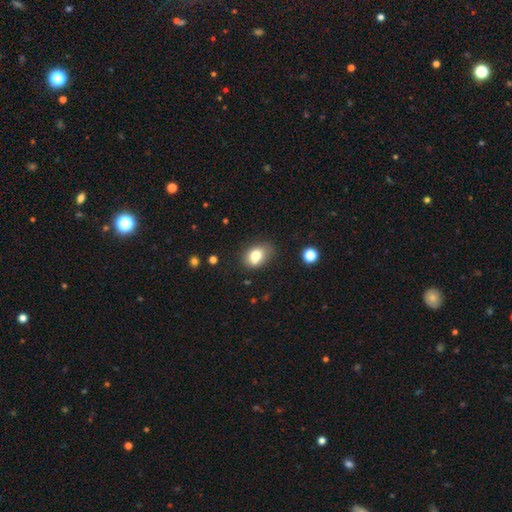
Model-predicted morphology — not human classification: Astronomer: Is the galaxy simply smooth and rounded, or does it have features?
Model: smooth — 78%.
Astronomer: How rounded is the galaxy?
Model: in between — 70%.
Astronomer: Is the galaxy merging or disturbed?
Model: none — 63%.